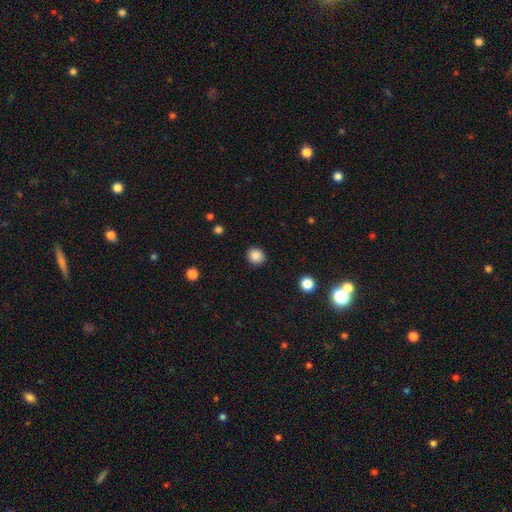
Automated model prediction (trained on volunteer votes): Smooth or featured: smooth — 87% (star or artifact — 10%)
How rounded: round — 84% (in between — 15%)
Merging: none — 90% (minor disturbance — 7%)